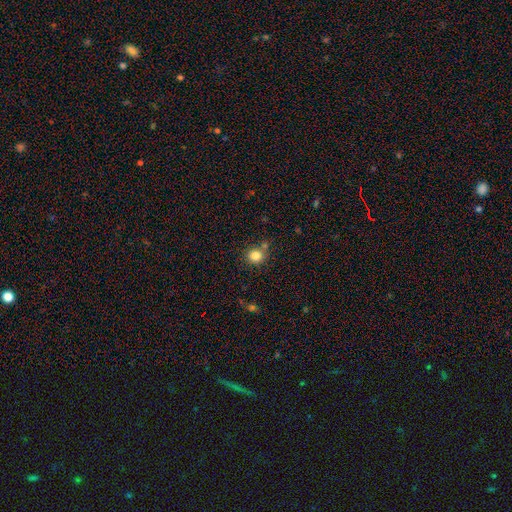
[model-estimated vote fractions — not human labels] Smooth or featured? smooth (83%)
How rounded? round (84%)
Merging? none (74%)